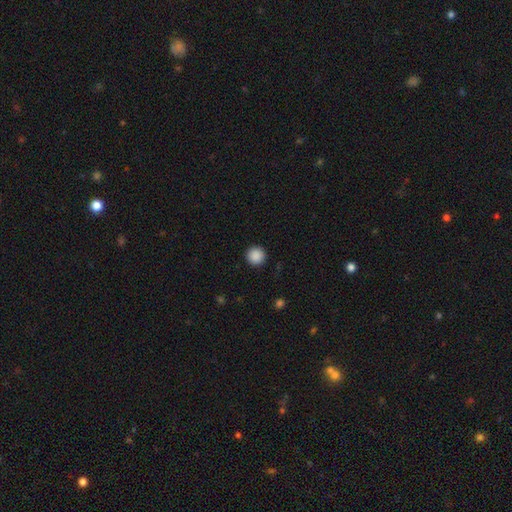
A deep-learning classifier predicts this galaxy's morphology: This appears to be a smooth galaxy with no disk features (89%) that is round (96%). Merging: none (92%).